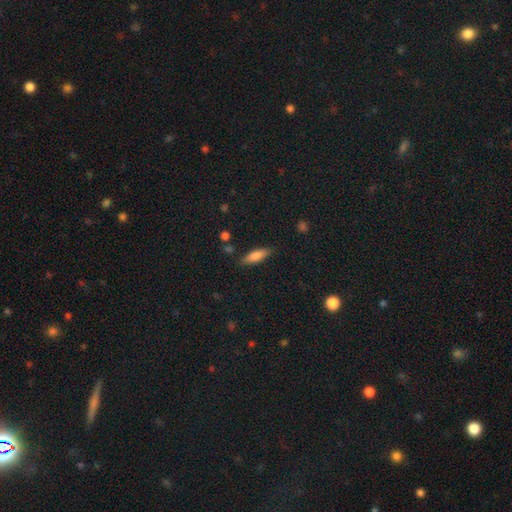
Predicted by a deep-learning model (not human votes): The model was most divided on "how rounded": in between: 50%, cigar-shaped: 47%, round: 2%. More confident: merging — none (83%); smooth or featured — smooth (76%).